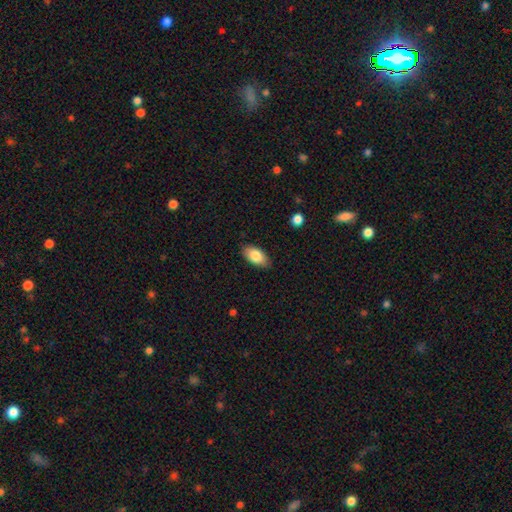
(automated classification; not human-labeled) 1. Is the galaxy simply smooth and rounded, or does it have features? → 83% smooth, 10% featured or disk, 7% star or artifact.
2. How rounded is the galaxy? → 93% in between, 4% round, 3% cigar-shaped.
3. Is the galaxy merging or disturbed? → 85% none, 12% minor disturbance, 2% major disturbance, 1% merger.